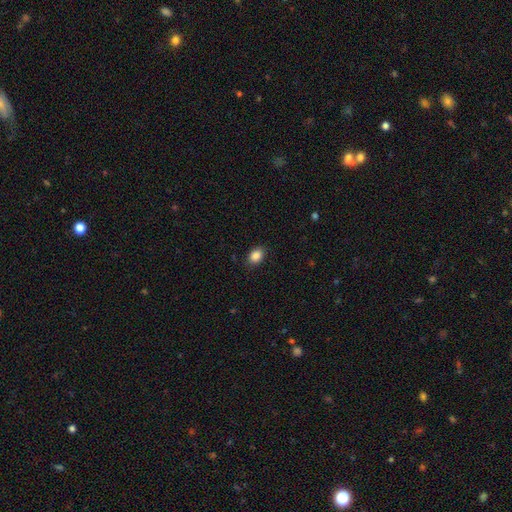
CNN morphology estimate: Smooth or featured?
  - smooth: 88% *
  - star or artifact: 9%
  - featured or disk: 4%
How rounded?
  - in between: 74% *
  - round: 25%
  - cigar-shaped: 1%
Merging?
  - none: 87% *
  - minor disturbance: 9%
  - major disturbance: 2%
  - merger: 1%